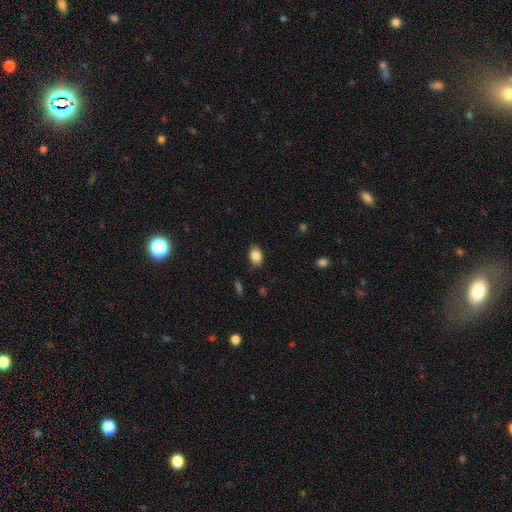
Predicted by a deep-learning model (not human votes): Smooth or featured: smooth — 85% (star or artifact — 8%)
How rounded: in between — 78% (round — 21%)
Merging: none — 81% (minor disturbance — 14%)